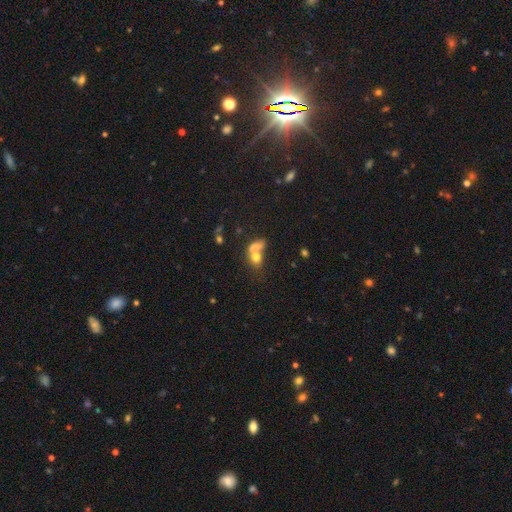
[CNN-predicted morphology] Smooth or featured? smooth (69%)
How rounded? in between (54%)
Merging? merger (59%)